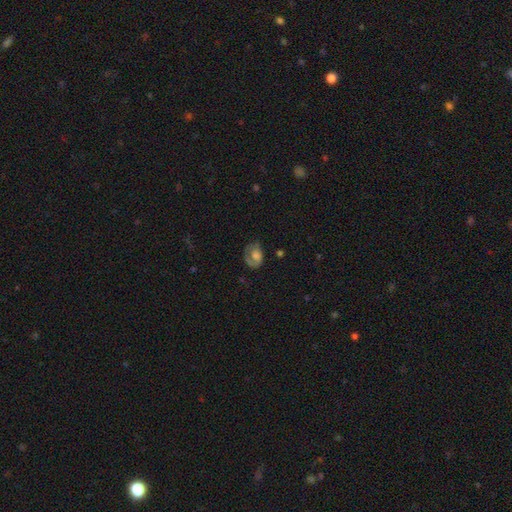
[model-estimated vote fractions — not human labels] smooth-or-featured: smooth: 48% | featured or disk: 43% | star or artifact: 9%
  merging: none: 44% | major disturbance: 28% | minor disturbance: 26% | merger: 3%